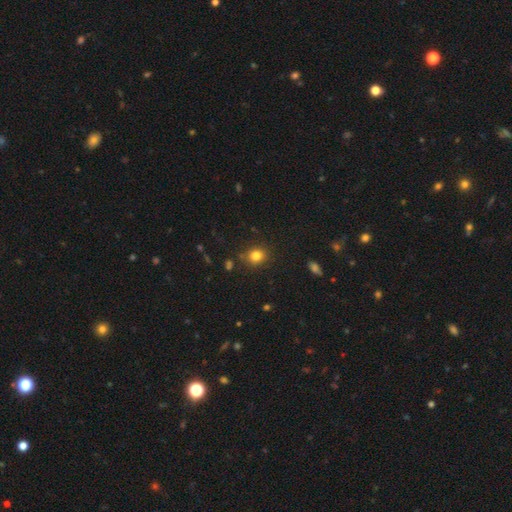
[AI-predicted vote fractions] Q: Smooth or featured?
A: smooth (81%); runner-up: star or artifact (13%)
Q: How rounded?
A: round (73%); runner-up: in between (26%)
Q: Merging?
A: none (85%); runner-up: minor disturbance (10%)